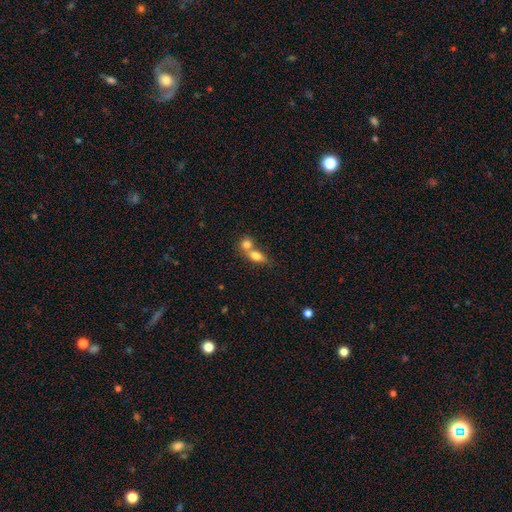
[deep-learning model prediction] smooth 76%, featured or disk 16%, star or artifact 8%. Down the decision tree: how rounded — in between (71%); merging — merger (63%).